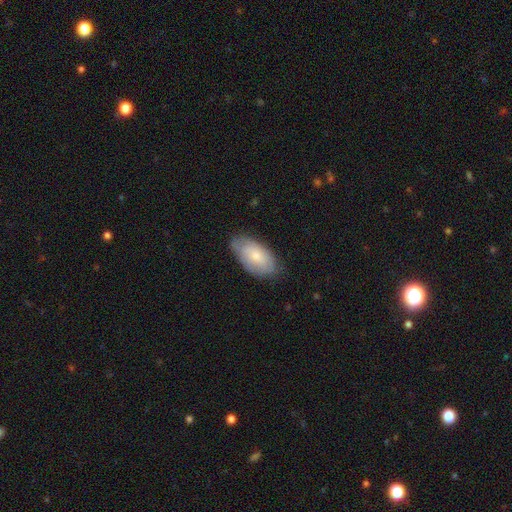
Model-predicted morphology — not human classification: smooth_or_featured: smooth (p=0.66) [alt: featured or disk p=0.28]
how_rounded: in between (p=0.94) [alt: round p=0.03]
merging: none (p=0.69) [alt: minor disturbance p=0.25]